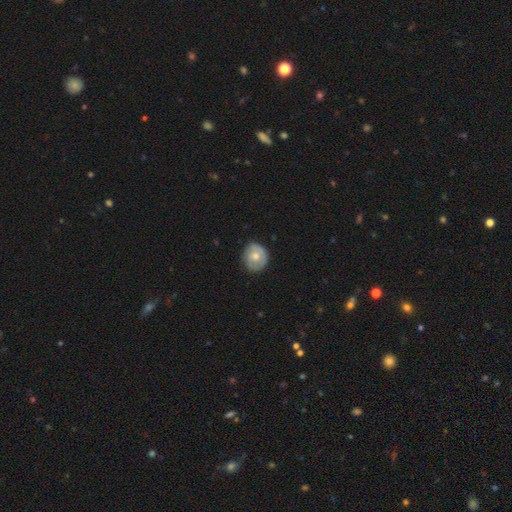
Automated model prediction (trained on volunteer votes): The model was most divided on "smooth or featured": smooth: 49%, featured or disk: 45%, star or artifact: 6%. More confident: merging — none (76%).